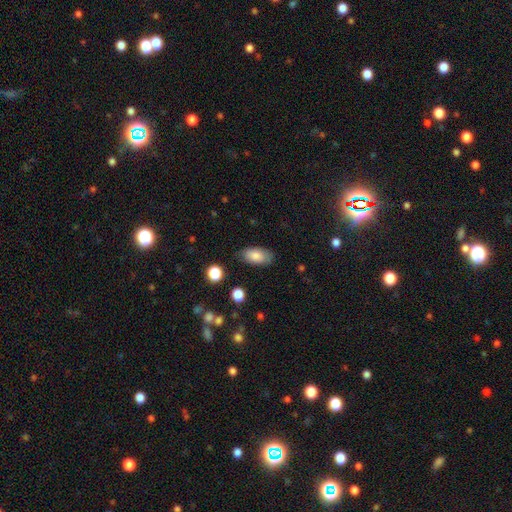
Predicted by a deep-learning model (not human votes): This appears to be a smooth galaxy with no disk features (81%) that is in between round and cigar-shaped (92%). Merging: none (79%).